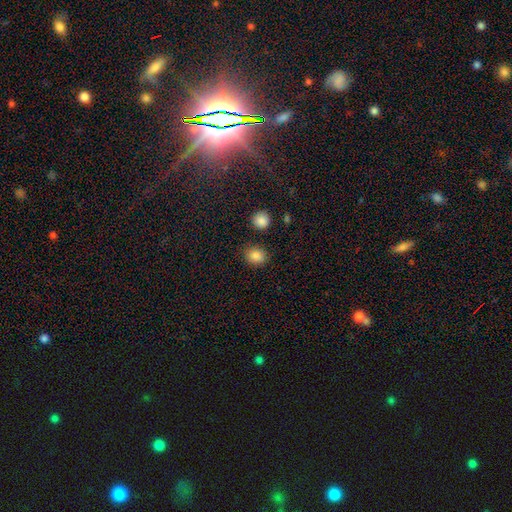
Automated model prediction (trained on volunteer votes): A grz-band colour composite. It shows a smooth galaxy with no disk features (86%) that is round (57%). Merging: none (84%).